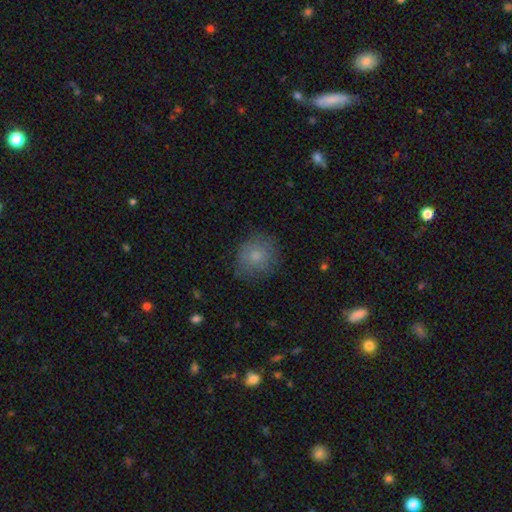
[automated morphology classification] Overall: smooth (79%). How rounded: round (82%). Merging: none (77%).